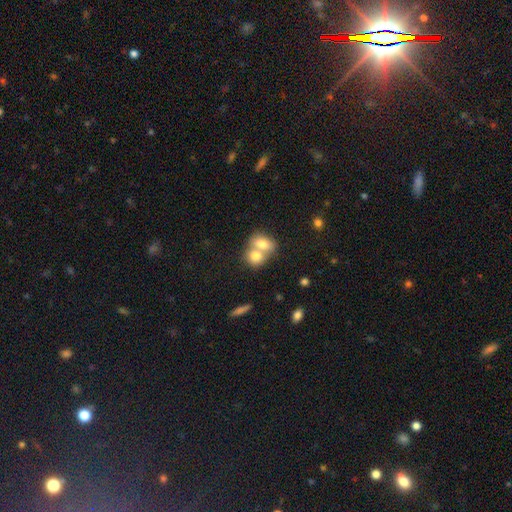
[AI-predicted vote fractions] Morphology: type=smooth (75%); roundness=in between (57%); merging=merger (71%).